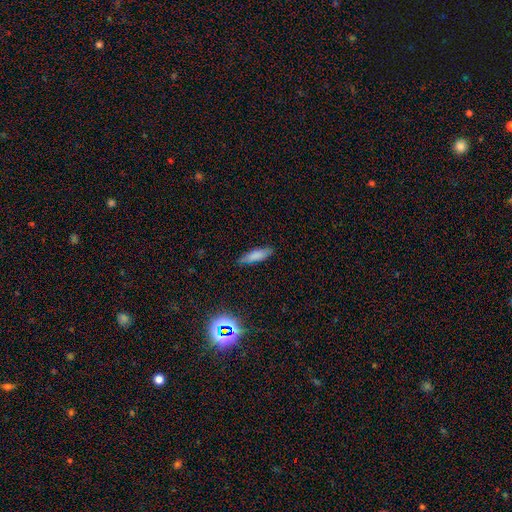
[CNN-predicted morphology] A smooth galaxy with no disk features (79%) that is cigar-shaped (57%).

Vote fractions:
- Smooth or featured? smooth: 79% / featured or disk: 11% / star or artifact: 10%
- How rounded? cigar-shaped: 57% / in between: 41% / round: 2%
- Merging? none: 83% / minor disturbance: 14% / major disturbance: 3% / merger: 1%